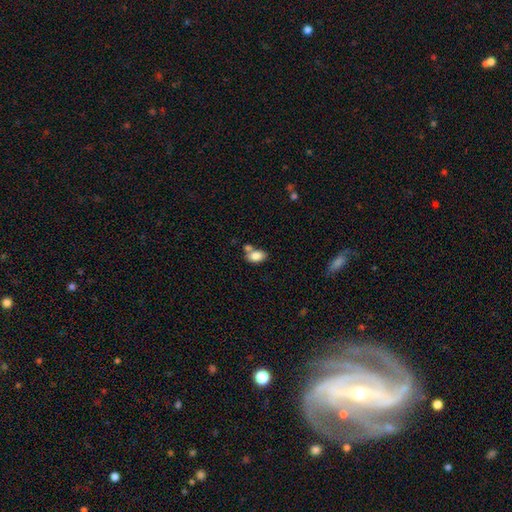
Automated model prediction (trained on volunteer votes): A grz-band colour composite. It shows a smooth galaxy with no disk features (83%) that is in between round and cigar-shaped (86%). Merging: none (48%).